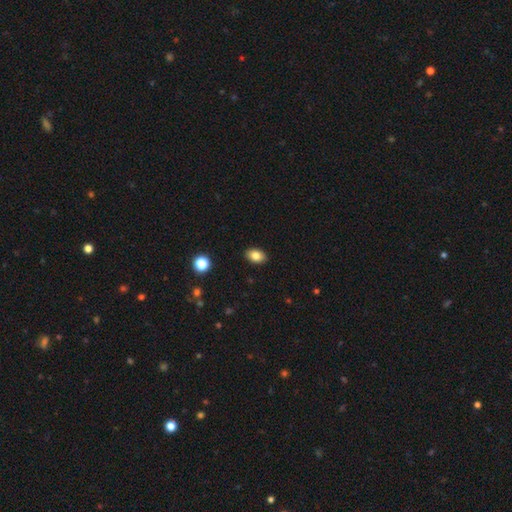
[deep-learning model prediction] Smooth or featured?
  - smooth: 83% *
  - star or artifact: 9%
  - featured or disk: 8%
How rounded?
  - in between: 83% *
  - round: 16%
  - cigar-shaped: 1%
Merging?
  - none: 90% *
  - minor disturbance: 7%
  - major disturbance: 2%
  - merger: 1%